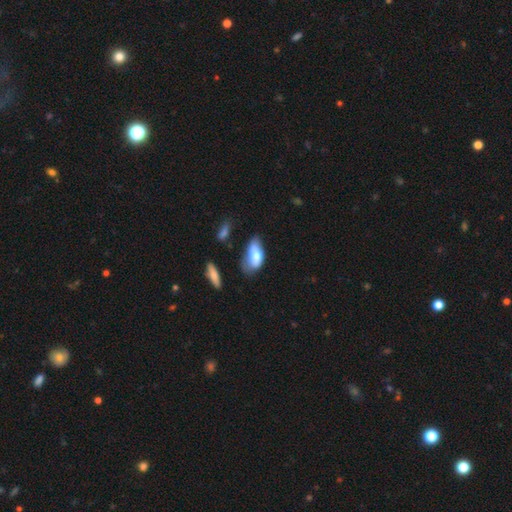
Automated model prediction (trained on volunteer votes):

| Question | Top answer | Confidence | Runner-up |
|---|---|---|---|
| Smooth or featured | smooth | 71% | featured or disk (21%) |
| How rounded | in between | 89% | cigar-shaped (8%) |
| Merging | minor disturbance | 38% | none (33%) |